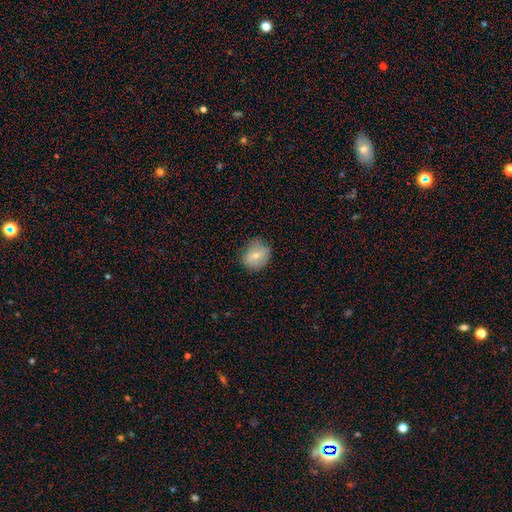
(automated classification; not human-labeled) Smooth or featured: smooth — 71% (featured or disk — 21%)
How rounded: round — 58% (in between — 41%)
Merging: none — 69% (minor disturbance — 24%)